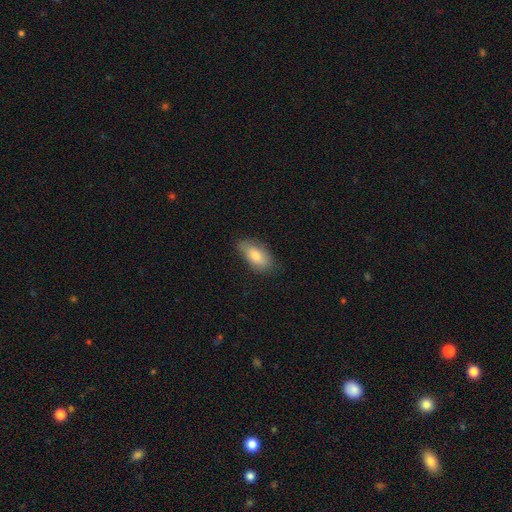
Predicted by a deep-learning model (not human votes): smooth-or-featured: smooth: 77% | featured or disk: 16% | star or artifact: 7%
  how-rounded: in between: 91% | cigar-shaped: 5% | round: 4%
  merging: none: 75% | minor disturbance: 21% | major disturbance: 4% | merger: 1%